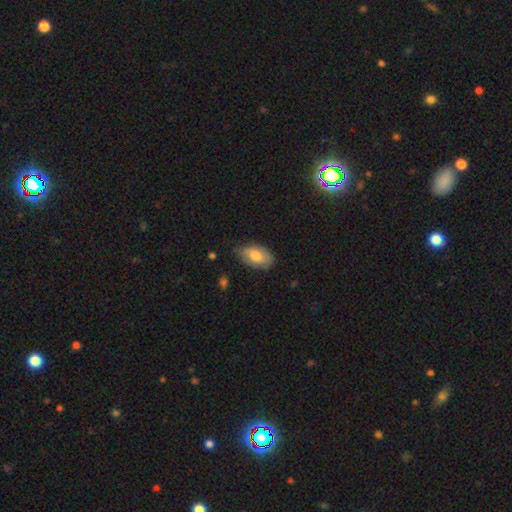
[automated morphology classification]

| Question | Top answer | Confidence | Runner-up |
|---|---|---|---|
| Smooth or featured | smooth | 70% | featured or disk (24%) |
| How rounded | in between | 93% | round (5%) |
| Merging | none | 72% | minor disturbance (23%) |